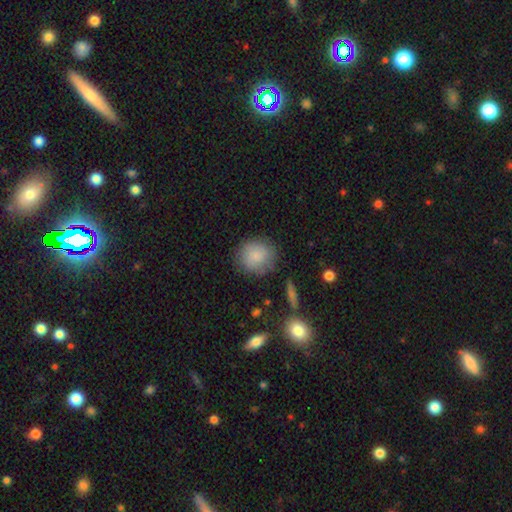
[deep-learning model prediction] Morphology: type=smooth (82%); roundness=round (84%); merging=none (77%).